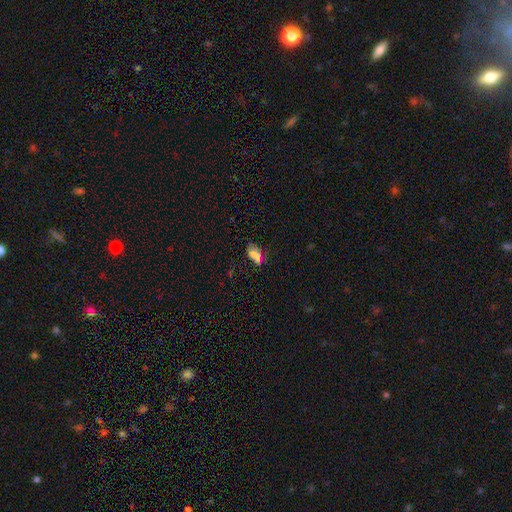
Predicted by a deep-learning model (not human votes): Morphology: type=smooth (61%); roundness=in between (82%); merging=none (48%).